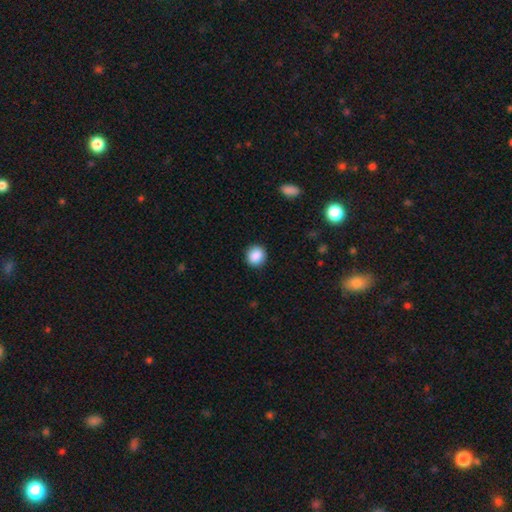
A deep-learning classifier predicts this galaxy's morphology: A smooth galaxy with no disk features (89%) that is round (85%).

Vote fractions:
- Smooth or featured? smooth: 89% / star or artifact: 8% / featured or disk: 3%
- How rounded? round: 85% / in between: 14% / cigar-shaped: 1%
- Merging? none: 91% / minor disturbance: 6% / major disturbance: 2% / merger: 1%